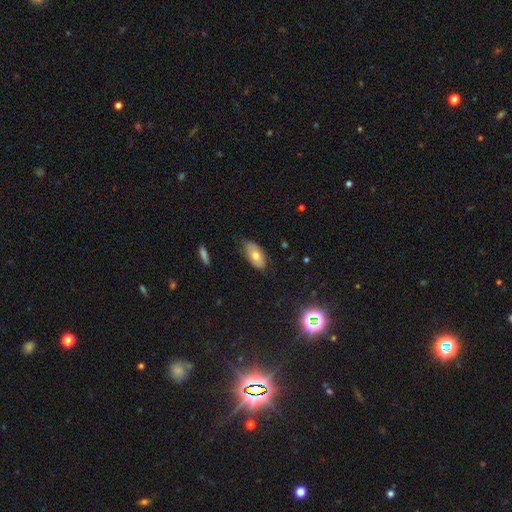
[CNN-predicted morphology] This appears to be a smooth galaxy with no disk features (60%) that is in between round and cigar-shaped (93%). Merging: none (70%).